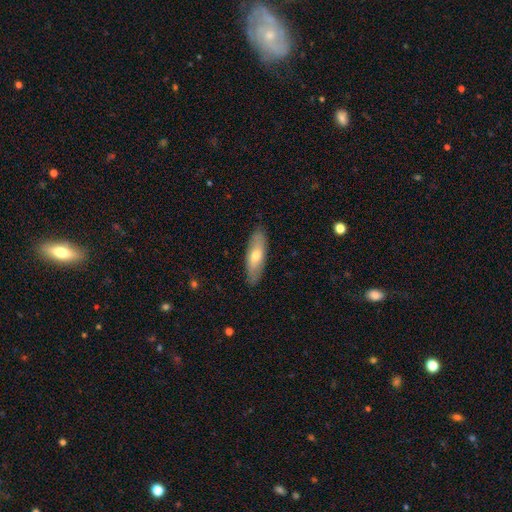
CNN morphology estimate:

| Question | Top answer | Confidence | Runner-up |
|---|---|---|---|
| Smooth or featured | smooth | 60% | featured or disk (34%) |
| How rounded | in between | 55% | cigar-shaped (43%) |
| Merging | none | 87% | minor disturbance (10%) |